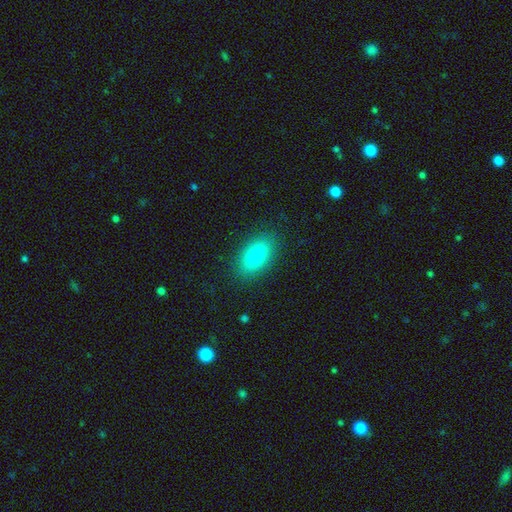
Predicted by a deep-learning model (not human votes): Smooth or featured?
  - smooth: 79% *
  - featured or disk: 12%
  - star or artifact: 8%
How rounded?
  - in between: 89% *
  - round: 7%
  - cigar-shaped: 4%
Merging?
  - none: 87% *
  - minor disturbance: 9%
  - major disturbance: 3%
  - merger: 1%